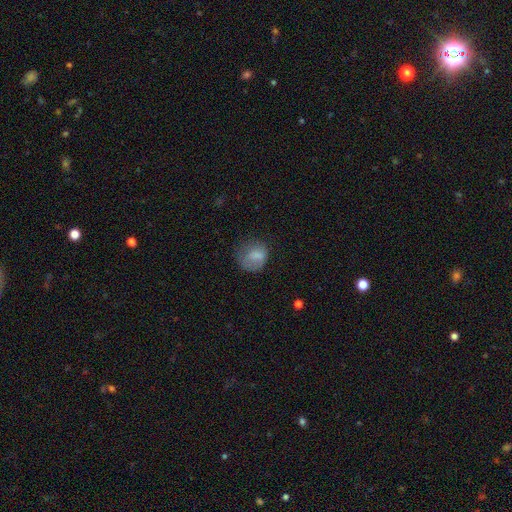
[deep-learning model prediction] Smooth or featured? Predicted: smooth (p=0.76). How rounded? Predicted: round (p=0.72). Merging? Predicted: none (p=0.48).